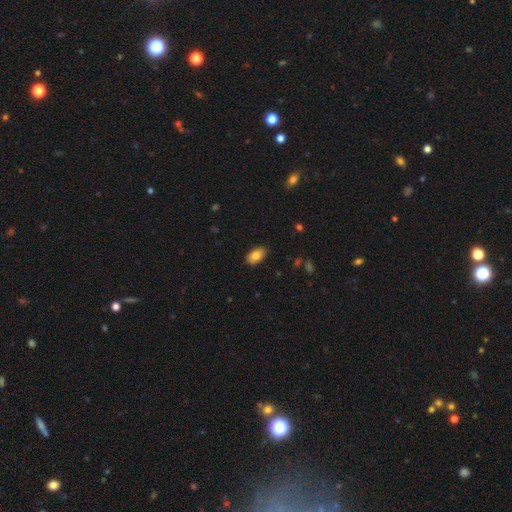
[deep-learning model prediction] smooth-or-featured: smooth: 82% | featured or disk: 11% | star or artifact: 7%
  how-rounded: in between: 92% | round: 6% | cigar-shaped: 2%
  merging: none: 86% | minor disturbance: 11% | major disturbance: 2% | merger: 1%